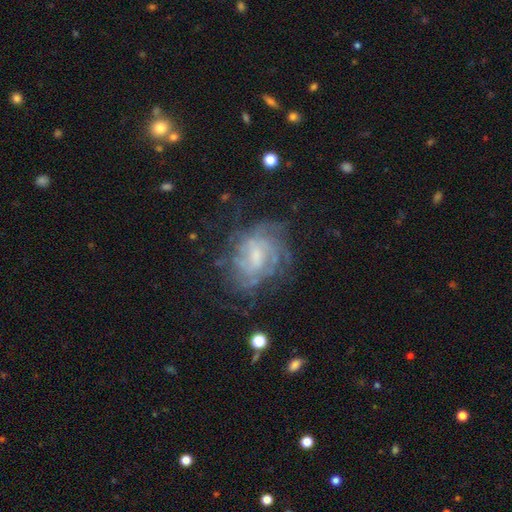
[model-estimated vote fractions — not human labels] featured or disk 75%, smooth 15%, star or artifact 9%. Down the decision tree: edge-on disk — no (97%); bar — weak (49%); spiral arms — yes (80%); spiral arm count — can't tell (56%); spiral winding — tight (53%); bulge size — small (41%); merging — none (60%).